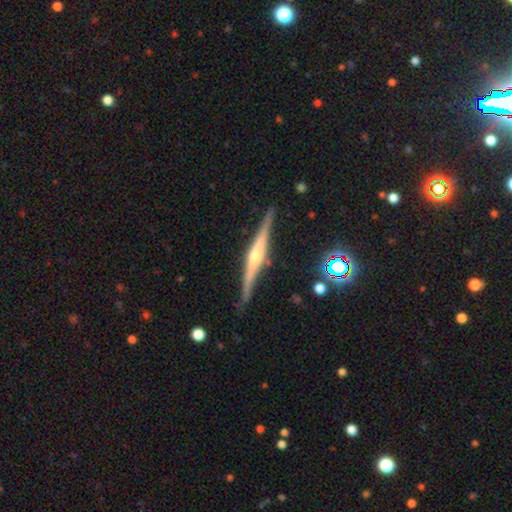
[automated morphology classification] A featured or disk galaxy (81%) viewed edge-on (98%) with a rounded central bulge (85%).

Vote fractions:
- Smooth or featured? featured or disk: 81% / smooth: 12% / star or artifact: 6%
- Edge-on disk? yes: 98% / no: 2%
- Edge-on bulge? rounded: 85% / boxy: 9% / none: 6%
- Merging? none: 88% / minor disturbance: 8% / major disturbance: 2% / merger: 1%